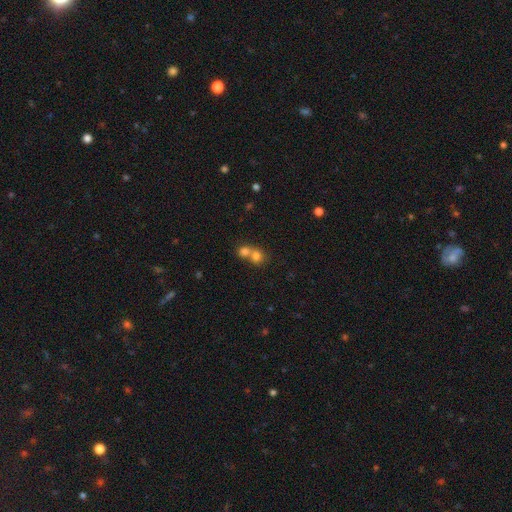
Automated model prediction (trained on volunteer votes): A smooth galaxy with no disk features (76%) that is round (79%). Merging: merger (61%).